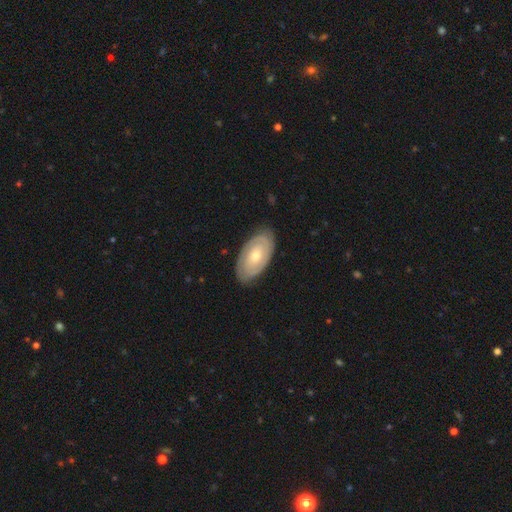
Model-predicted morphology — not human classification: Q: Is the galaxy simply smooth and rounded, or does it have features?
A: featured or disk — 70%.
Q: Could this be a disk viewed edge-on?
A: no — 93%.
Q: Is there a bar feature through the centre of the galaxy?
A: no — 75%.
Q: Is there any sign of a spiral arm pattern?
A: yes — 77%.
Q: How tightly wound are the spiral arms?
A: tight — 77%.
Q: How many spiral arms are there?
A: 2 — 55%.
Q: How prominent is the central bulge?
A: moderate — 52%.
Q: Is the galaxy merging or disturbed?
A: none — 83%.